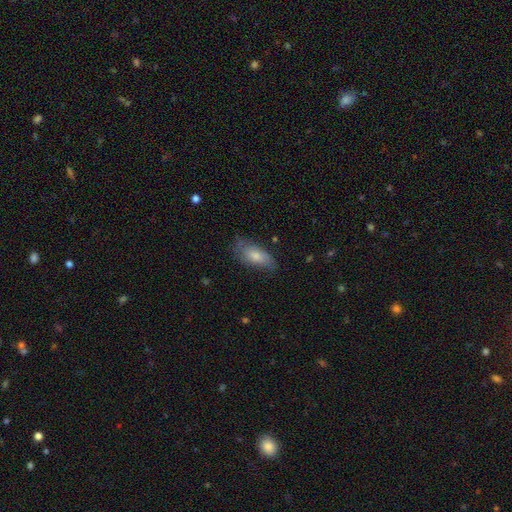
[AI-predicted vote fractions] smooth 69%, featured or disk 25%, star or artifact 7%. Down the decision tree: how rounded — in between (86%); merging — none (63%).